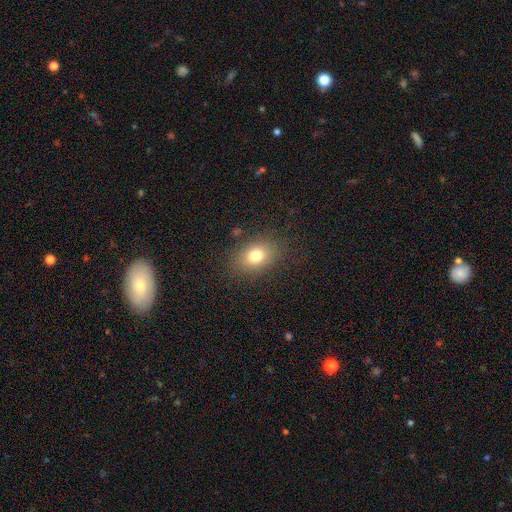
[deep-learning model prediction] Smooth or featured?
  - smooth: 77% *
  - star or artifact: 12%
  - featured or disk: 11%
How rounded?
  - in between: 70% *
  - round: 28%
  - cigar-shaped: 1%
Merging?
  - none: 83% *
  - minor disturbance: 11%
  - major disturbance: 5%
  - merger: 1%